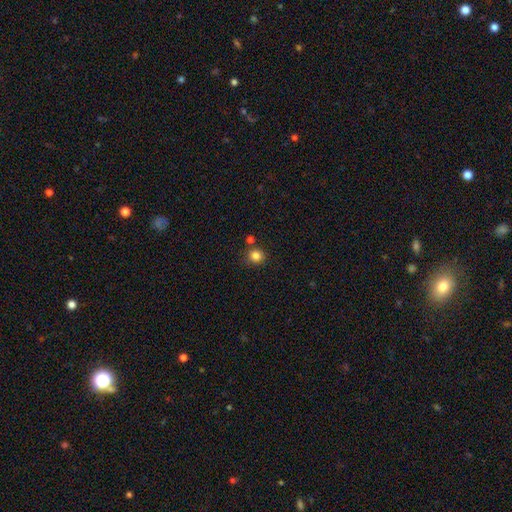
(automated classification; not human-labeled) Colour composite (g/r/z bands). It shows a smooth galaxy with no disk features (83%) that is round (89%). Merging: none (80%).